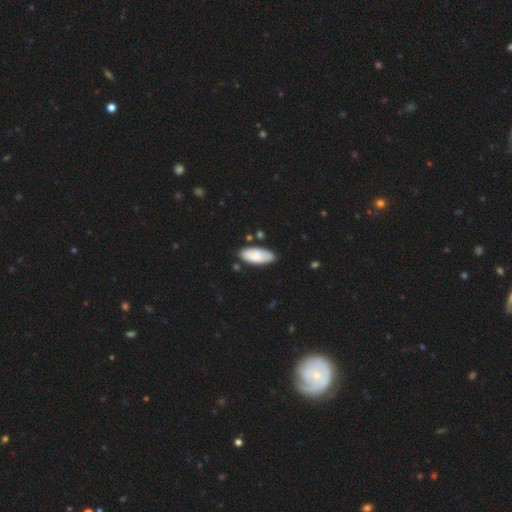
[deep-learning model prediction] A smooth galaxy with no disk features (83%) that is in between round and cigar-shaped (84%).

Vote fractions:
- Smooth or featured? smooth: 83% / featured or disk: 12% / star or artifact: 6%
- How rounded? in between: 84% / cigar-shaped: 14% / round: 2%
- Merging? none: 77% / minor disturbance: 16% / merger: 4% / major disturbance: 3%